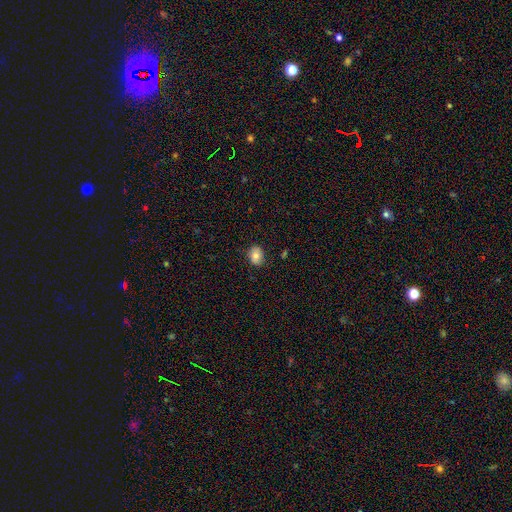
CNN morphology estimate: Smooth or featured? Predicted: smooth (p=0.78). How rounded? Predicted: in between (p=0.58). Merging? Predicted: none (p=0.85).